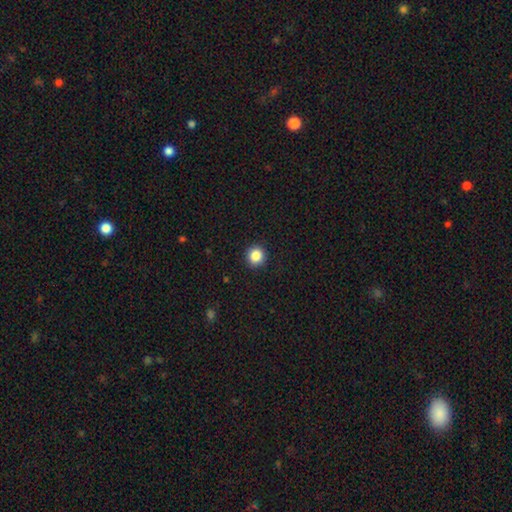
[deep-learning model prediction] smooth-or-featured: smooth: 86% | star or artifact: 10% | featured or disk: 4%
  how-rounded: round: 92% | in between: 7% | cigar-shaped: 1%
  merging: none: 92% | minor disturbance: 5% | major disturbance: 2% | merger: 1%